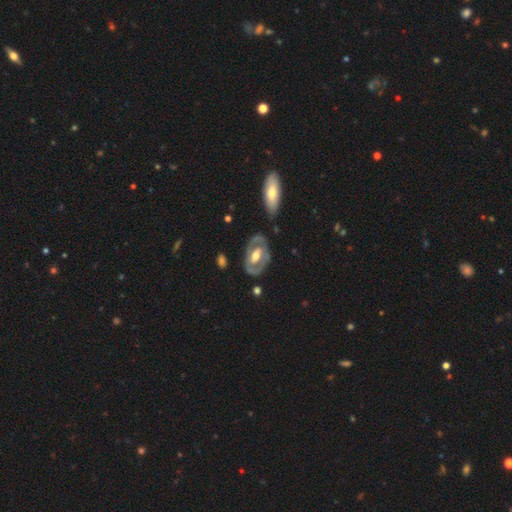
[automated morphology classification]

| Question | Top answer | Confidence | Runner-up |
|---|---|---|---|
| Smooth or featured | featured or disk | 71% | smooth (25%) |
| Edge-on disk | no | 92% | yes (8%) |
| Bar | no | 44% | weak (34%) |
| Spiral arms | no | 55% | yes (45%) |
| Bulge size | moderate | 65% | large (21%) |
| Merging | none | 68% | minor disturbance (19%) |